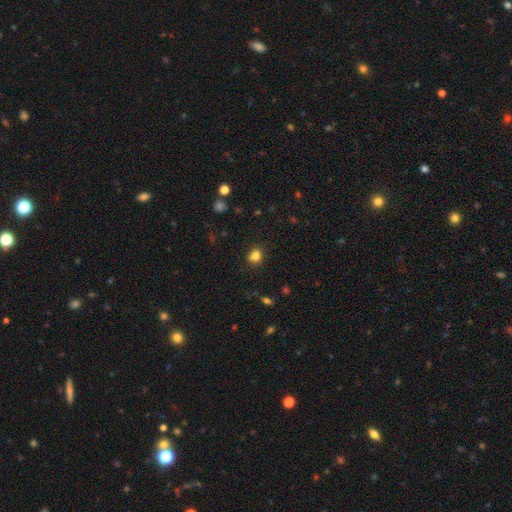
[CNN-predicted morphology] A smooth galaxy with no disk features (81%) that is round (72%).

Vote fractions:
- Smooth or featured? smooth: 81% / star or artifact: 13% / featured or disk: 6%
- How rounded? round: 72% / in between: 27% / cigar-shaped: 1%
- Merging? none: 76% / minor disturbance: 14% / merger: 6% / major disturbance: 4%